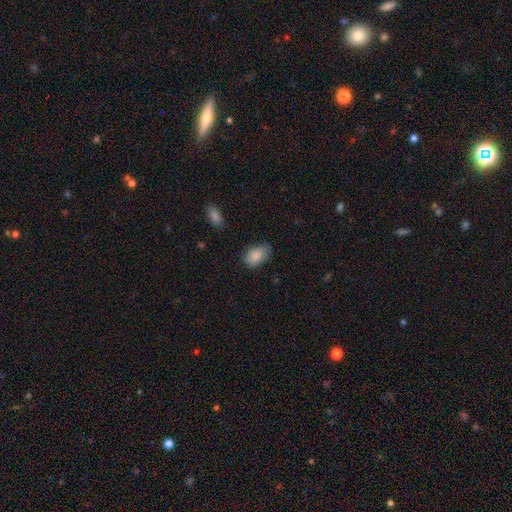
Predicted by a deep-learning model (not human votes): A smooth galaxy with no disk features (87%) that is in between round and cigar-shaped (88%).

Vote fractions:
- Smooth or featured? smooth: 87% / star or artifact: 7% / featured or disk: 6%
- How rounded? in between: 88% / round: 10% / cigar-shaped: 1%
- Merging? none: 69% / minor disturbance: 25% / major disturbance: 5% / merger: 2%